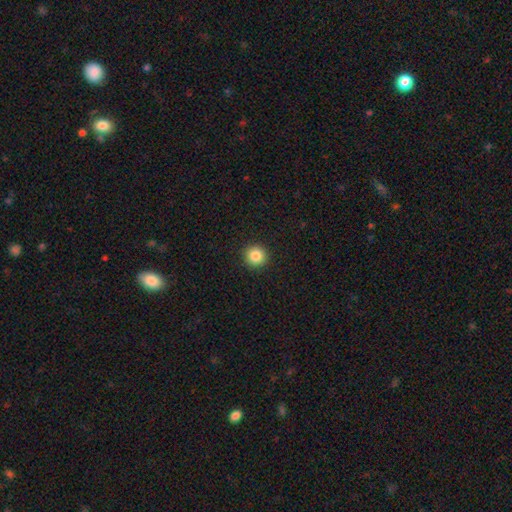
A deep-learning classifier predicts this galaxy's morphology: type=smooth (86%); roundness=round (95%); merging=none (93%).